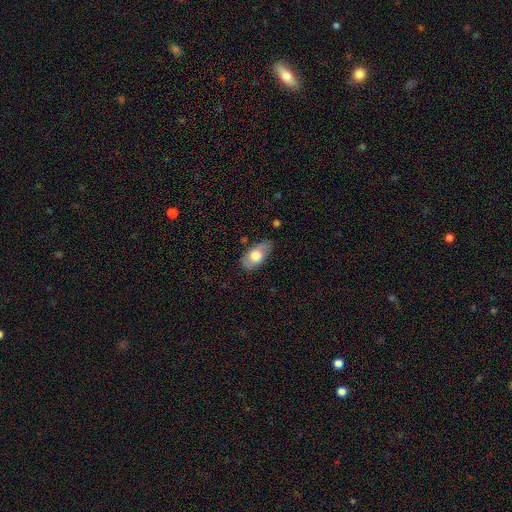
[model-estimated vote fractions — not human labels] Morphology: type=smooth (67%); roundness=in between (90%); merging=none (66%).